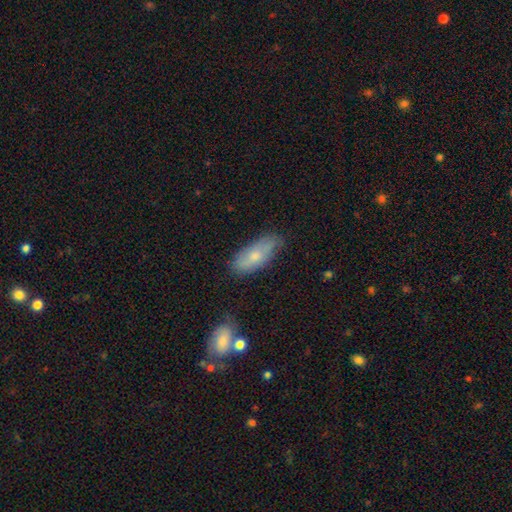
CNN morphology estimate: This appears to be a smooth galaxy with no disk features (67%) that is in between round and cigar-shaped (80%). Merging: none (70%).